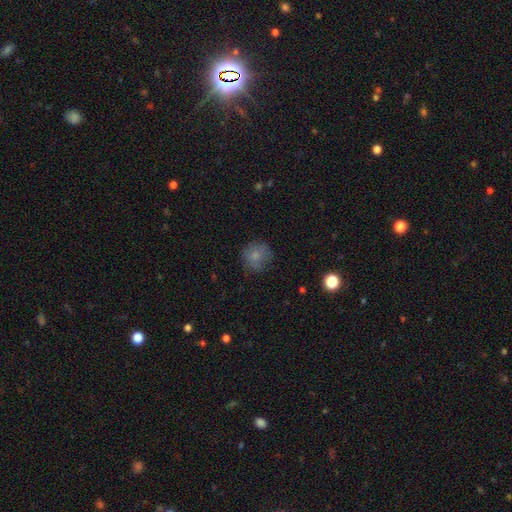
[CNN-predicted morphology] type=smooth (76%); roundness=round (84%); merging=none (67%).